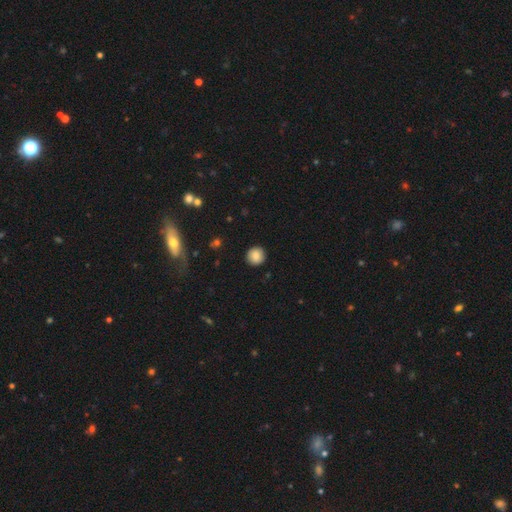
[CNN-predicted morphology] Smooth or featured? smooth (85%)
How rounded? round (94%)
Merging? none (91%)